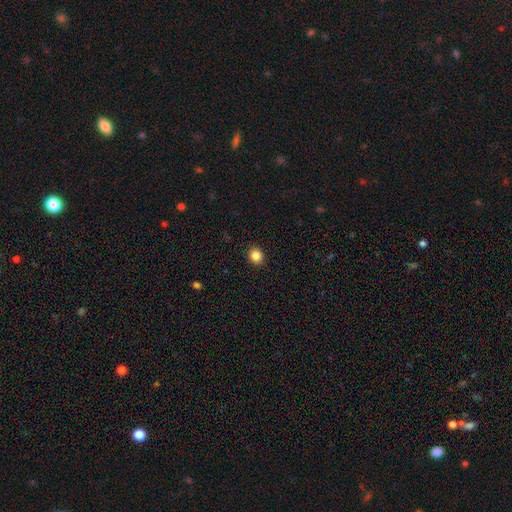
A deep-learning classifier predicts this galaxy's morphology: Smooth or featured? smooth (85%)
How rounded? round (78%)
Merging? none (92%)